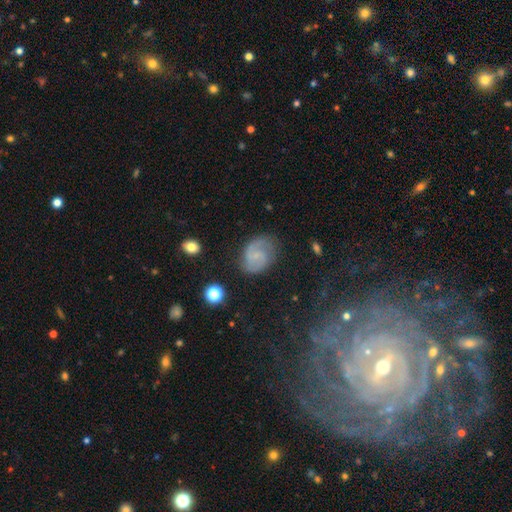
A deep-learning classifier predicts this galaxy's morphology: Smooth or featured? Predicted: featured or disk (p=0.71). Edge-on disk? Predicted: no (p=0.98). Bar? Predicted: no (p=0.49). Spiral arms? Predicted: yes (p=0.94). Spiral winding? Predicted: medium (p=0.48). Spiral arm count? Predicted: 2 (p=0.80). Bulge size? Predicted: small (p=0.56). Merging? Predicted: none (p=0.73).